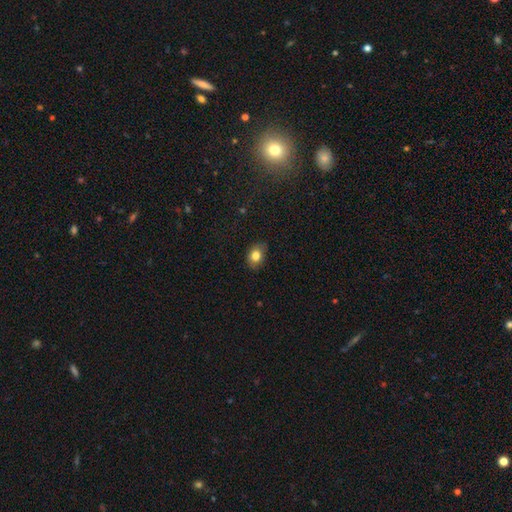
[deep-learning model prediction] Smooth or featured?
  - smooth: 80% *
  - featured or disk: 11%
  - star or artifact: 9%
How rounded?
  - in between: 67% *
  - round: 32%
  - cigar-shaped: 1%
Merging?
  - none: 77% *
  - minor disturbance: 19%
  - major disturbance: 3%
  - merger: 1%